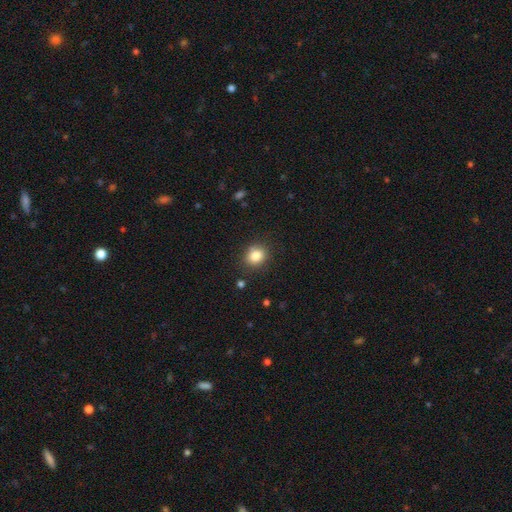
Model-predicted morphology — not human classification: A smooth galaxy with no disk features (84%) that is round (66%). Merging: none (83%).